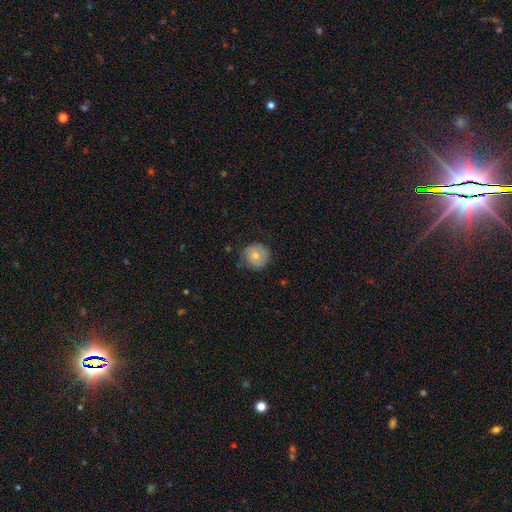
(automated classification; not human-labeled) Q: Smooth or featured?
A: smooth (65%); runner-up: featured or disk (28%)
Q: How rounded?
A: round (89%); runner-up: in between (10%)
Q: Merging?
A: none (69%); runner-up: minor disturbance (24%)